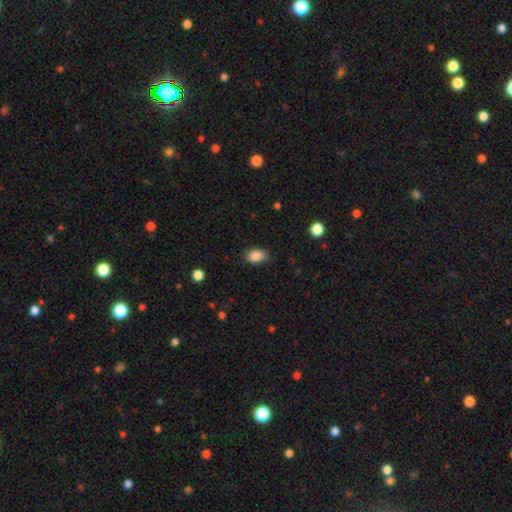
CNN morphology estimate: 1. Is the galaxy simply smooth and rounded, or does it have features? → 87% smooth, 8% star or artifact, 4% featured or disk.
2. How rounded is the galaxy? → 85% in between, 14% round, 1% cigar-shaped.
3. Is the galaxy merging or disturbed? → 84% none, 13% minor disturbance, 3% major disturbance, 1% merger.